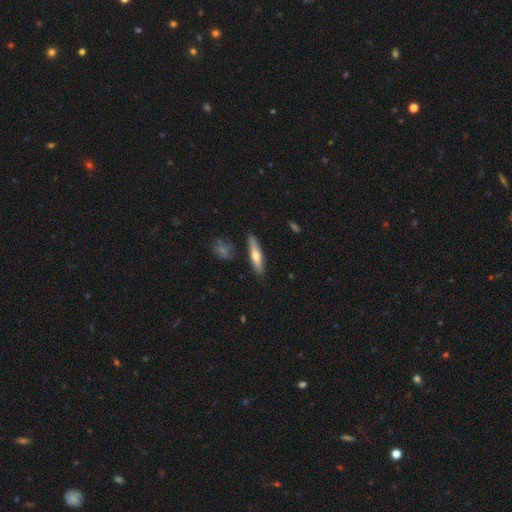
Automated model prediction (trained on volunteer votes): Smooth or featured?
  - smooth: 54% *
  - featured or disk: 40%
  - star or artifact: 6%
How rounded?
  - cigar-shaped: 77% *
  - in between: 20%
  - round: 2%
Merging?
  - none: 85% *
  - minor disturbance: 10%
  - merger: 3%
  - major disturbance: 2%